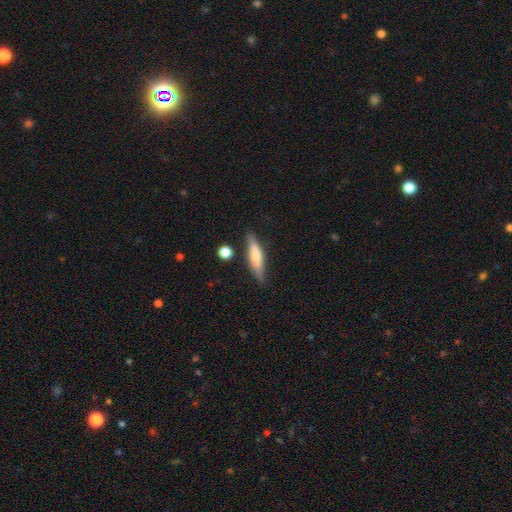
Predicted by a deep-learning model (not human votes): A smooth galaxy with no disk features (62%) that is cigar-shaped (77%). Merging: none (78%).